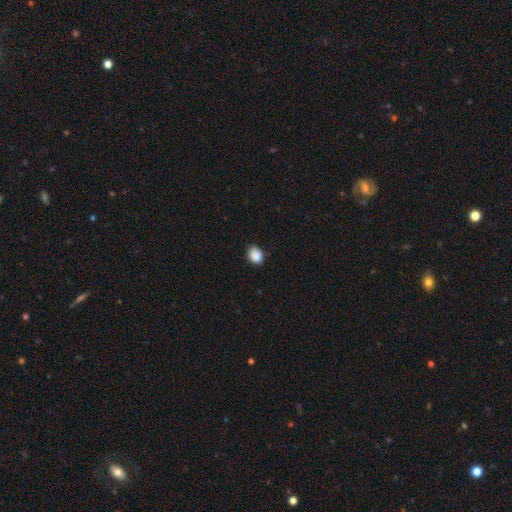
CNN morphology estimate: Smooth or featured? Predicted: smooth (p=0.88). How rounded? Predicted: in between (p=0.52). Merging? Predicted: none (p=0.74).